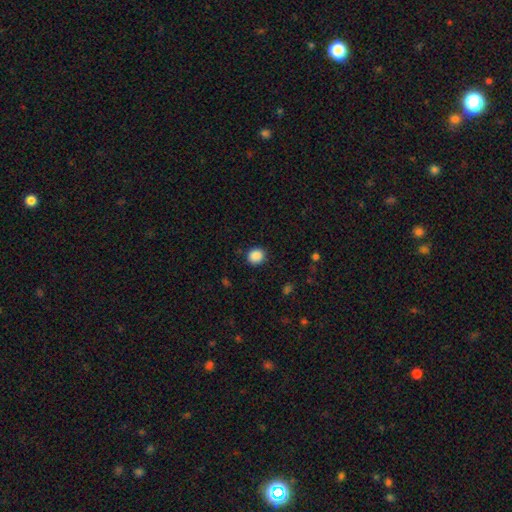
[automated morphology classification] This appears to be a smooth galaxy with no disk features (88%) that is round (80%). Merging: none (87%).